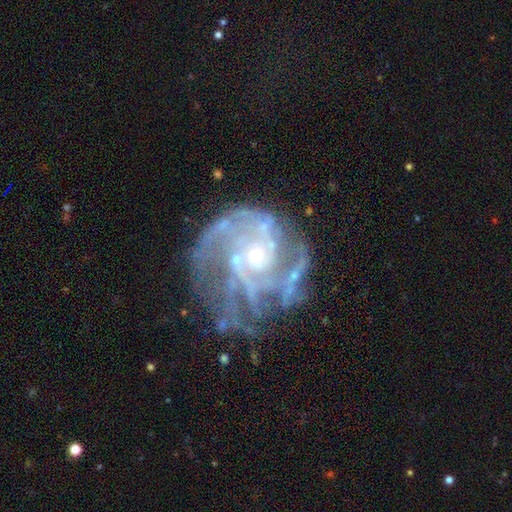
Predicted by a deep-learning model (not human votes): This appears to be a featured or disk galaxy (85%) with no bar (76%), tight (53%) spiral arms (91%) and a small central bulge (69%). Merging: none (55%).